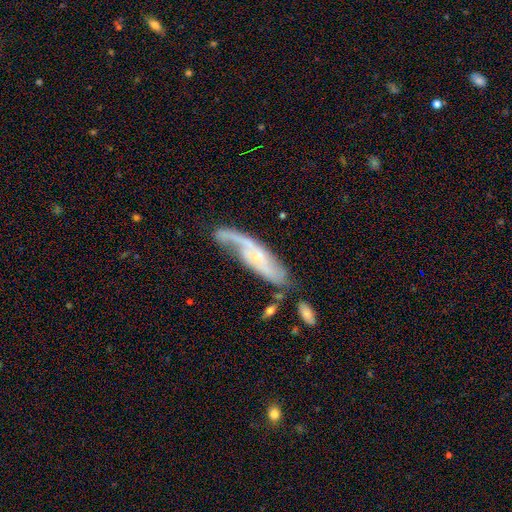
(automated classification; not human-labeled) Smooth or featured: featured or disk — 77% (smooth — 17%)
Edge-on disk: no — 81% (yes — 19%)
Bar: no — 58% (weak — 32%)
Spiral arms: yes — 91% (no — 9%)
Spiral winding: loose — 44% (medium — 37%)
Spiral arm count: 2 — 65% (1 — 17%)
Bulge size: small — 68% (moderate — 20%)
Merging: none — 44% (minor disturbance — 23%)